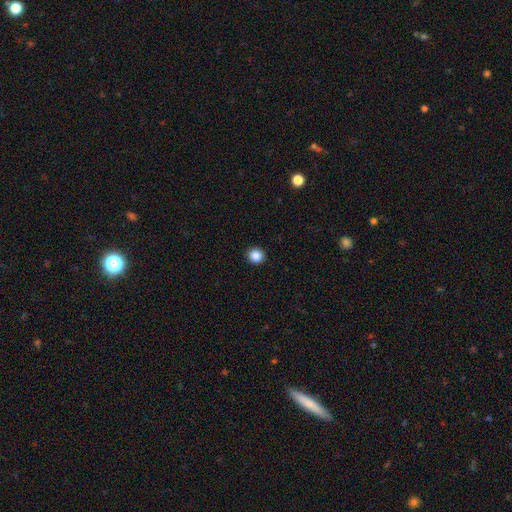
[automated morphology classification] Overall: smooth (87%). How rounded: round (93%). Merging: none (94%).